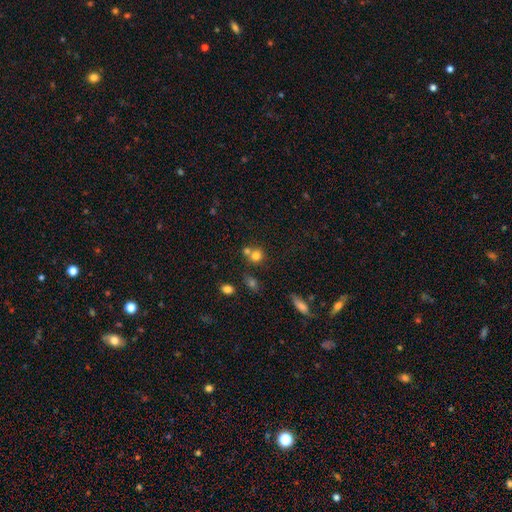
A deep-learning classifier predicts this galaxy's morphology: A smooth galaxy with no disk features (76%) that is round (82%). Merging: none (47%).